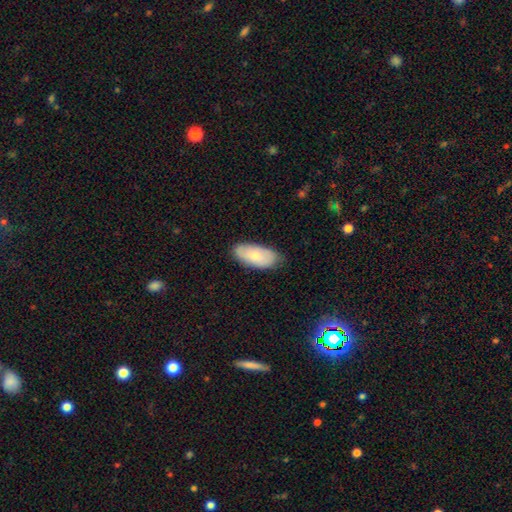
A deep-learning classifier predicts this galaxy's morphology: A smooth galaxy with no disk features (67%) that is in between round and cigar-shaped (92%). Merging: none (78%).